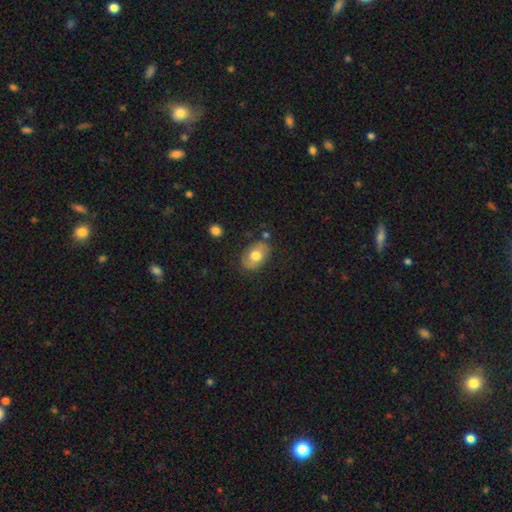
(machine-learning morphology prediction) Smooth or featured? Predicted: smooth (p=0.67). How rounded? Predicted: in between (p=0.82). Merging? Predicted: none (p=0.77).